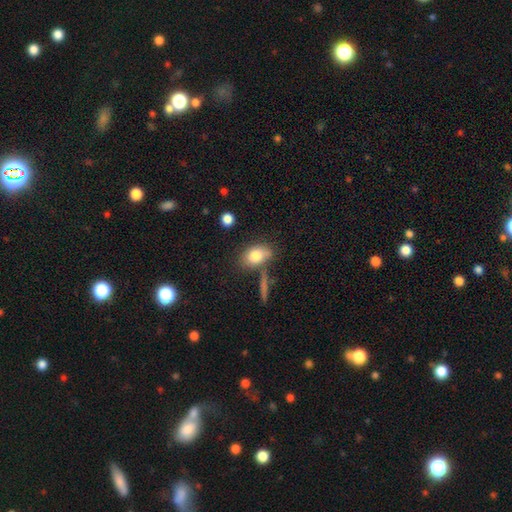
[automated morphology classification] This is likely a smooth galaxy (80%). How rounded: likely in between (77%). Merging: likely none (60%).